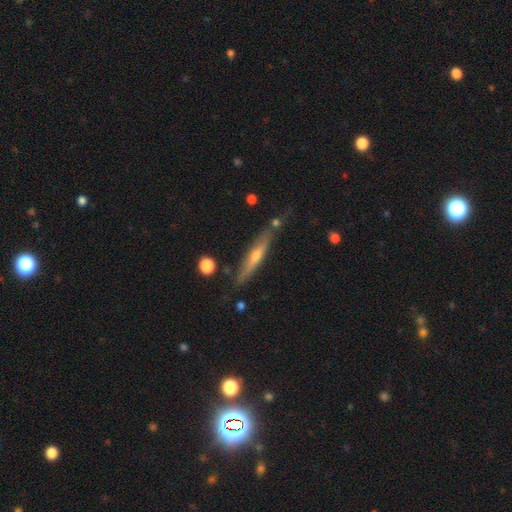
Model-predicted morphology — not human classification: smooth-or-featured: featured or disk: 59% | smooth: 35% | star or artifact: 7%
  disk-edge-on: yes: 93% | no: 7%
    edge-on-bulge: rounded: 72% | none: 22% | boxy: 6%
  merging: none: 78% | minor disturbance: 14% | merger: 4% | major disturbance: 3%